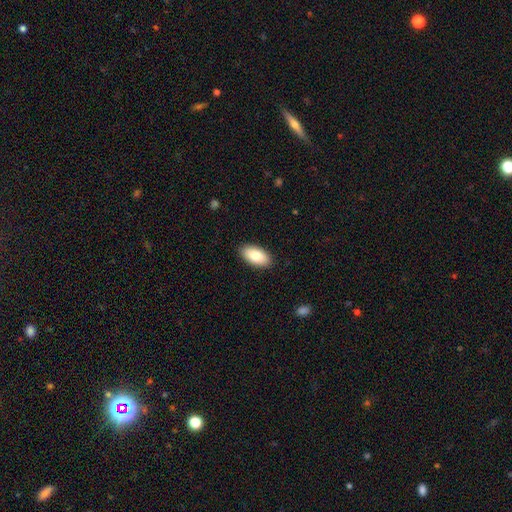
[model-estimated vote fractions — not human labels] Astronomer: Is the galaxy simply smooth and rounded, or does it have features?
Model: smooth — 83%.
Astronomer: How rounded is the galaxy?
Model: in between — 94%.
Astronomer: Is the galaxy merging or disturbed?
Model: none — 89%.